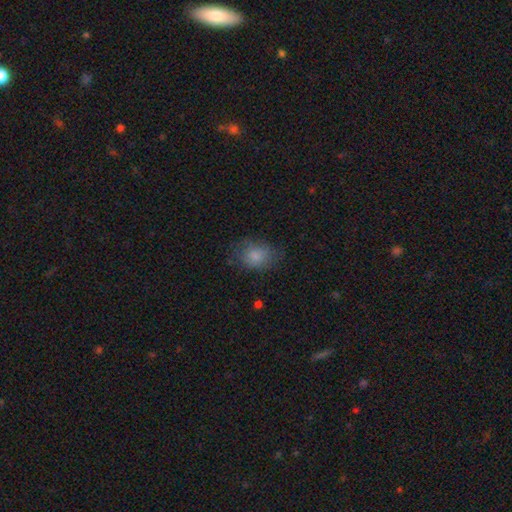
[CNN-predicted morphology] Overall: smooth (82%). How rounded: in between (61%; round 38%). Merging: none (69%).